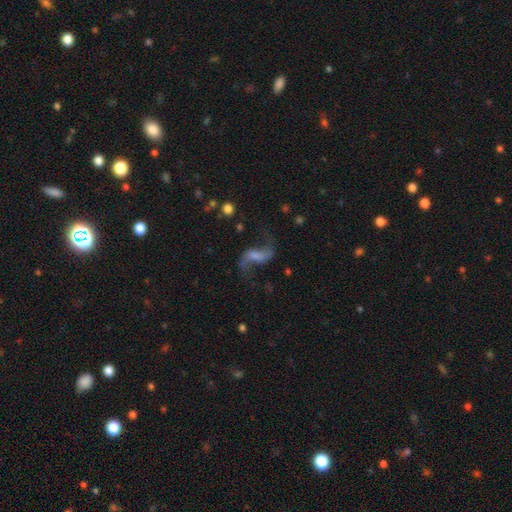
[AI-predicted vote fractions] Q: Smooth or featured?
A: featured or disk (83%); runner-up: star or artifact (9%)
Q: Edge-on disk?
A: no (96%); runner-up: yes (4%)
Q: Bar?
A: weak (46%); runner-up: no (29%)
Q: Spiral arms?
A: yes (95%); runner-up: no (5%)
Q: Spiral winding?
A: loose (88%); runner-up: medium (10%)
Q: Spiral arm count?
A: 2 (93%); runner-up: 1 (2%)
Q: Bulge size?
A: small (34%); tied with: none (34%)
Q: Merging?
A: none (73%); runner-up: minor disturbance (13%)